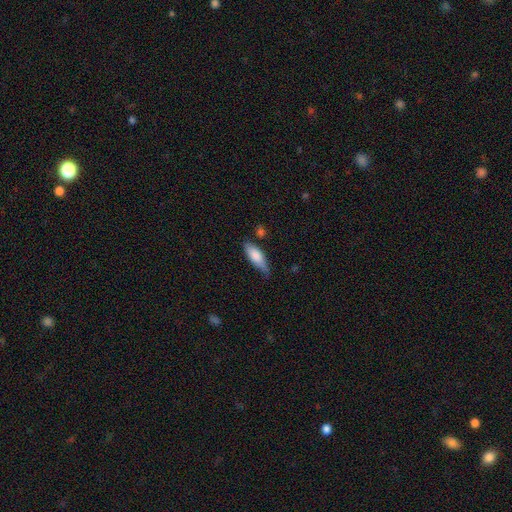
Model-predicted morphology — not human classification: Smooth or featured: smooth — 79% (featured or disk — 15%)
How rounded: in between — 61% (cigar-shaped — 37%)
Merging: none — 58% (minor disturbance — 32%)